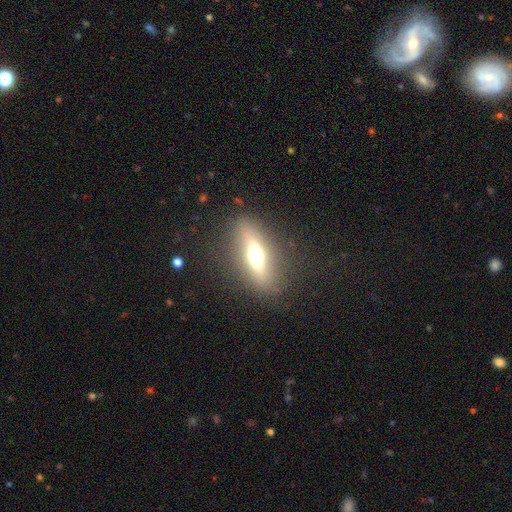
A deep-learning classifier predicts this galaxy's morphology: Smooth or featured? featured or disk (55%)
Edge-on disk? yes (74%)
Merging? none (84%)